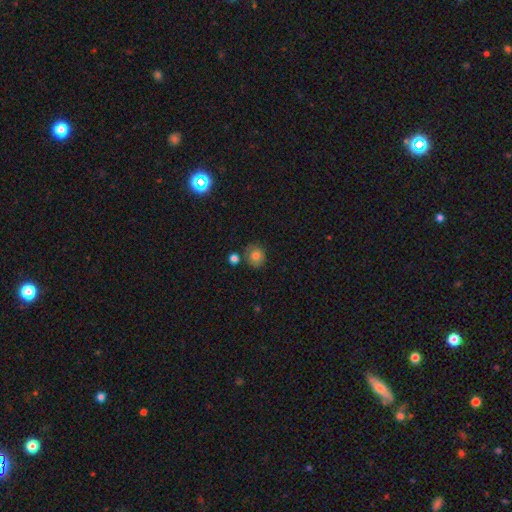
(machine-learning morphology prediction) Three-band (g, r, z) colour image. It shows a smooth galaxy with no disk features (80%) that is round (76%). Merging: none (75%).